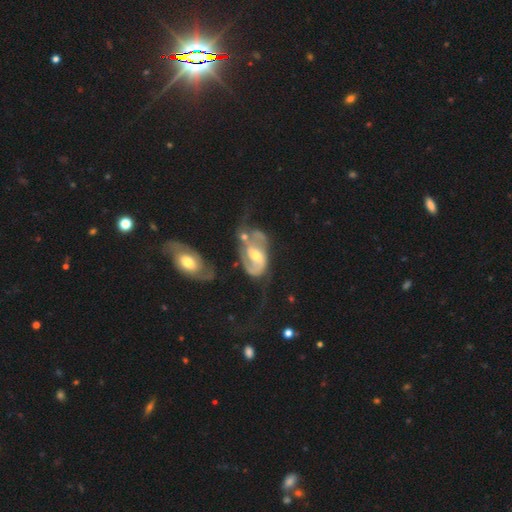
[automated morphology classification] Overall: featured or disk (79%). Edge-on disk: no (96%). Bar: weak (45%; no 38%). Spiral arms: yes (85%). Spiral arm count: 2 (64%). Spiral winding: medium (43%; tight 30%). Bulge size: moderate (63%; small 26%). Merging: major disturbance (29%; merger 28%).